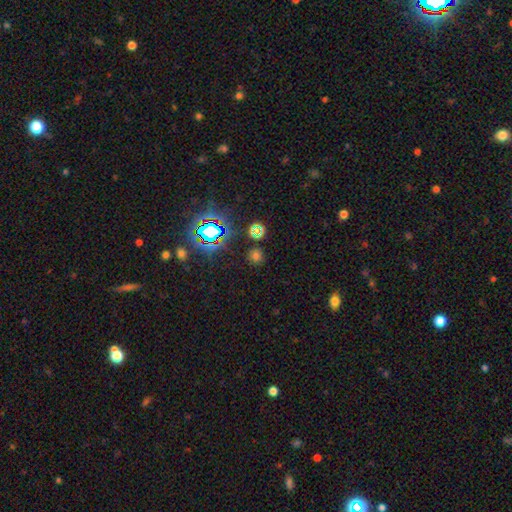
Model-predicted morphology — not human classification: smooth_or_featured: smooth (p=0.58) [alt: star or artifact p=0.36]
how_rounded: round (p=0.87) [alt: in between p=0.12]
merging: none (p=0.84) [alt: minor disturbance p=0.09]